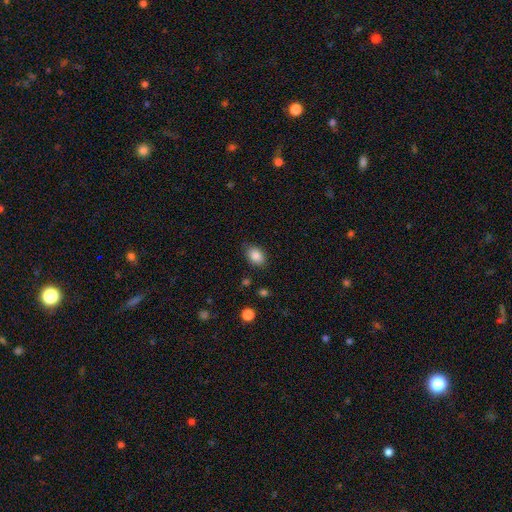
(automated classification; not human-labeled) smooth_or_featured: smooth (p=0.86) [alt: star or artifact p=0.08]
how_rounded: in between (p=0.79) [alt: round p=0.20]
merging: none (p=0.82) [alt: minor disturbance p=0.13]